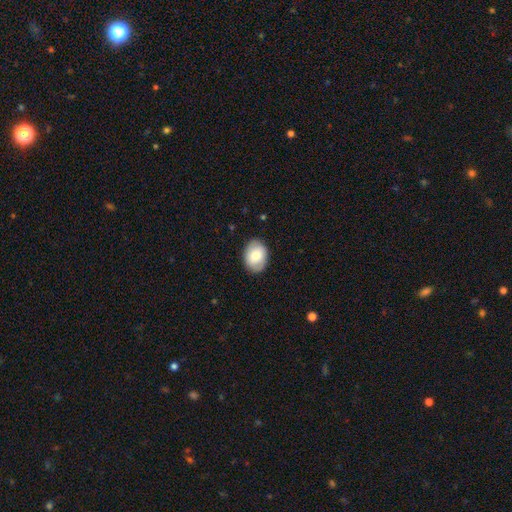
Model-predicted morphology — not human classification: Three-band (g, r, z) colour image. It shows a smooth galaxy with no disk features (75%) that is in between round and cigar-shaped (72%). Merging: none (86%).